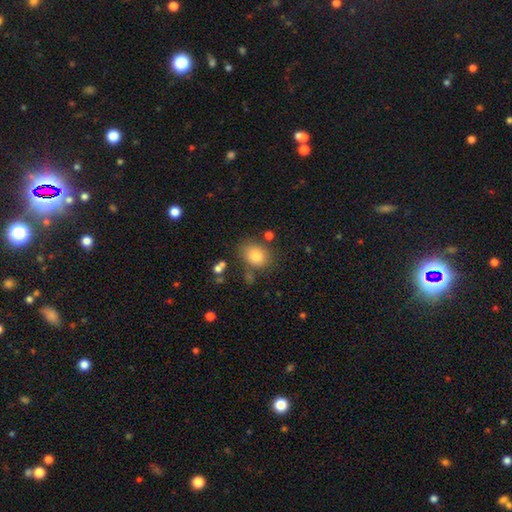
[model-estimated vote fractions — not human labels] This is clearly a smooth galaxy (82%). How rounded: possibly in between (53%). Merging: likely none (71%).